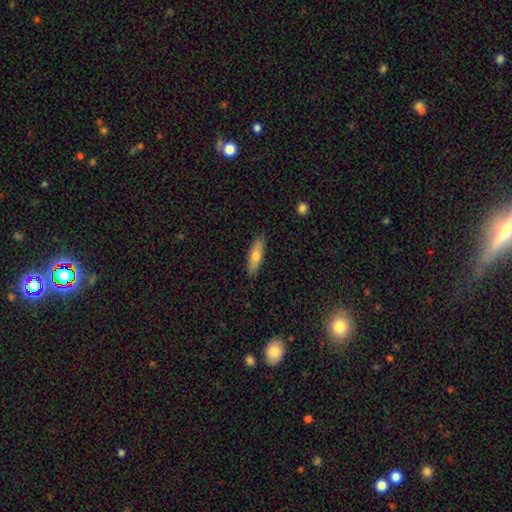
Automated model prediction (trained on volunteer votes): Q: Smooth or featured?
A: smooth (68%); runner-up: featured or disk (25%)
Q: How rounded?
A: cigar-shaped (55%); runner-up: in between (43%)
Q: Merging?
A: none (86%); runner-up: minor disturbance (10%)